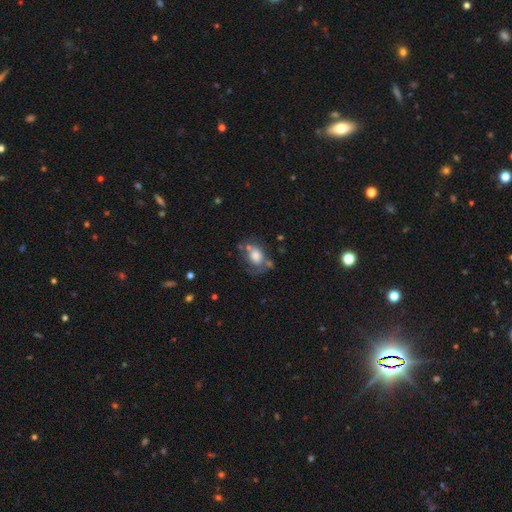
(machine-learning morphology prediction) smooth-or-featured: smooth: 66% | featured or disk: 24% | star or artifact: 9%
  how-rounded: in between: 62% | round: 37% | cigar-shaped: 1%
  merging: none: 42% | minor disturbance: 25% | major disturbance: 18% | merger: 15%